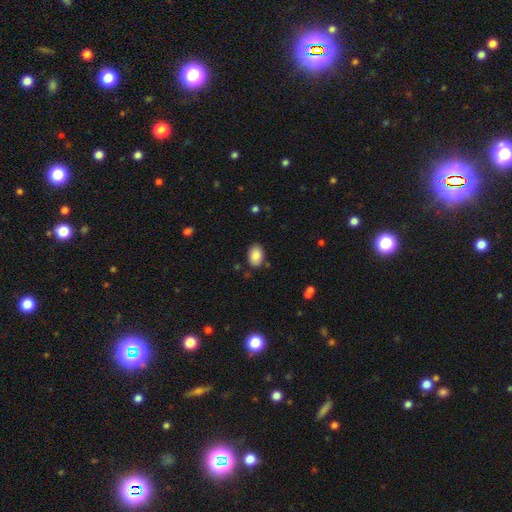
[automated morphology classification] Smooth or featured?
  - smooth: 88% *
  - star or artifact: 7%
  - featured or disk: 5%
How rounded?
  - in between: 83% *
  - round: 16%
  - cigar-shaped: 1%
Merging?
  - none: 83% *
  - minor disturbance: 12%
  - major disturbance: 3%
  - merger: 2%